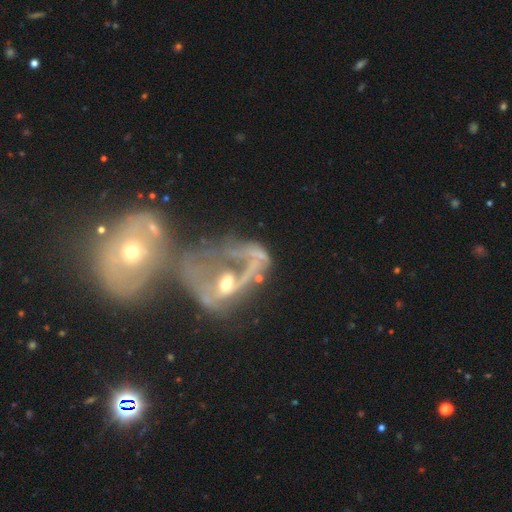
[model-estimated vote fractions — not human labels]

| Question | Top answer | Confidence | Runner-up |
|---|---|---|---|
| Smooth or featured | featured or disk | 68% | smooth (18%) |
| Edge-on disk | no | 92% | yes (8%) |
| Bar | no | 61% | weak (23%) |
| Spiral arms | yes | 52% | no (48%) |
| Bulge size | moderate | 53% | small (29%) |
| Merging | merger | 36% | tied: major disturbance (36%) |